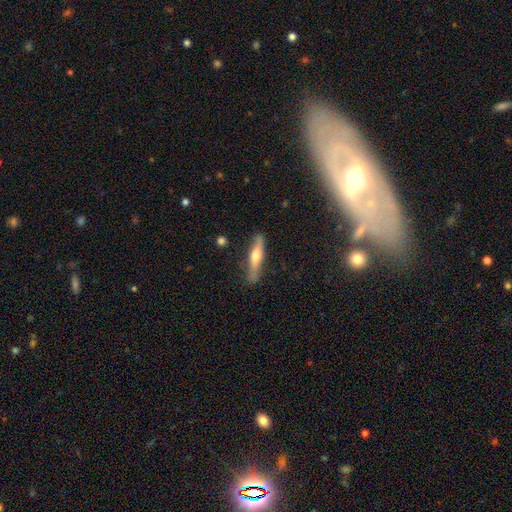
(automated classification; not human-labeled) A featured or disk galaxy (48%). Merging: none (82%).